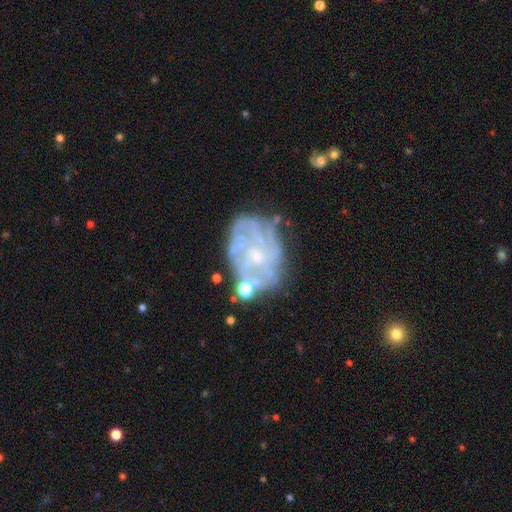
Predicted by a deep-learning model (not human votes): Q: Smooth or featured?
A: featured or disk (74%); runner-up: smooth (16%)
Q: Edge-on disk?
A: no (97%); runner-up: yes (3%)
Q: Bar?
A: no (71%); runner-up: weak (24%)
Q: Spiral arms?
A: yes (74%); runner-up: no (26%)
Q: Spiral winding?
A: tight (55%); runner-up: medium (31%)
Q: Spiral arm count?
A: can't tell (50%); runner-up: 4 (15%)
Q: Bulge size?
A: small (69%); runner-up: moderate (19%)
Q: Merging?
A: none (59%); runner-up: minor disturbance (22%)